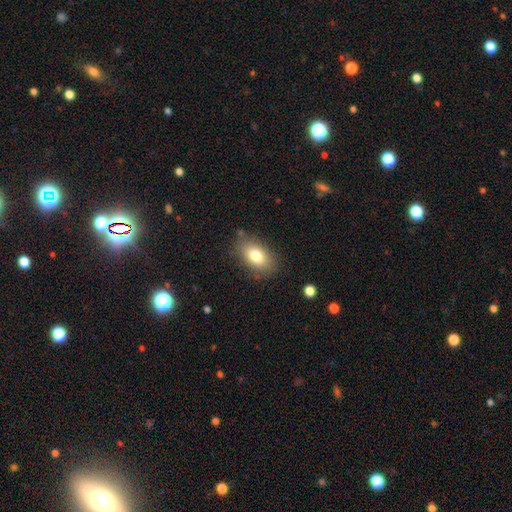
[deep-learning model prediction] Smooth or featured: smooth — 78% (featured or disk — 13%)
How rounded: in between — 88% (round — 9%)
Merging: none — 80% (minor disturbance — 14%)